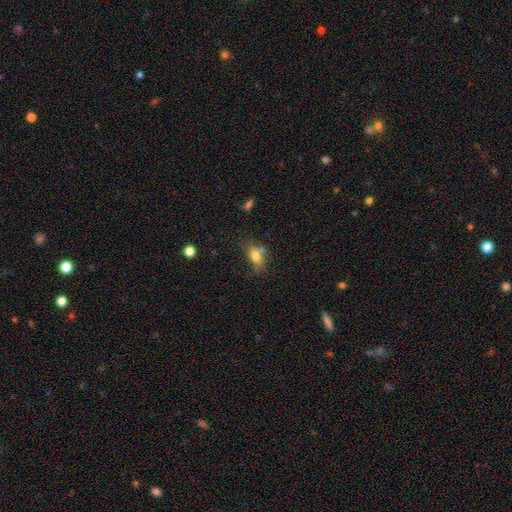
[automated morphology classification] smooth_or_featured: smooth (p=0.74) [alt: featured or disk p=0.15]
how_rounded: in between (p=0.79) [alt: round p=0.17]
merging: none (p=0.50) [alt: minor disturbance p=0.25]